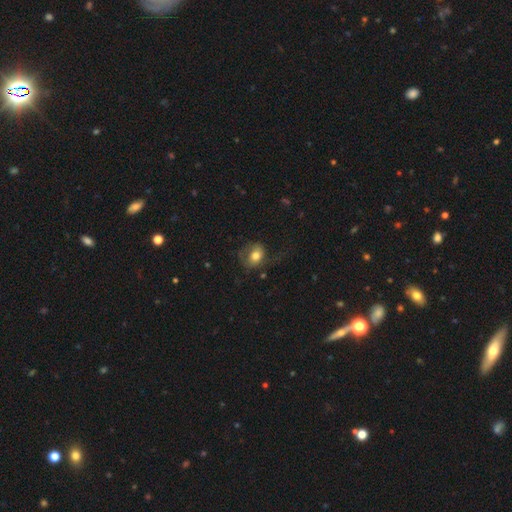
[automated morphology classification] Smooth or featured? smooth (67%)
How rounded? in between (59%)
Merging? none (37%, tied with major disturbance)